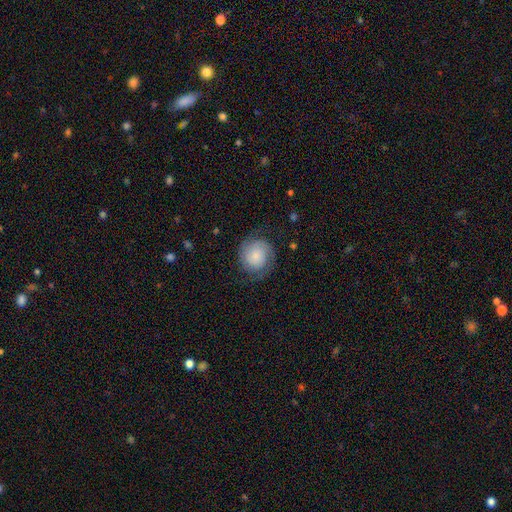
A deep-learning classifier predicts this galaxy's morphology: The model was most divided on "smooth or featured": featured or disk: 50%, smooth: 42%, star or artifact: 8%. More confident: merging — none (71%).